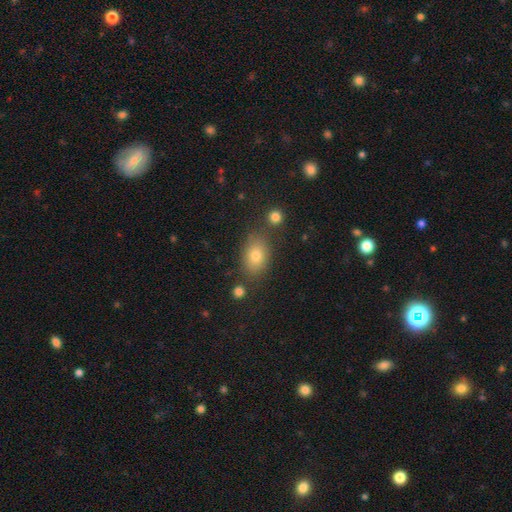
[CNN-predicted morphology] smooth_or_featured: smooth (p=0.77) [alt: star or artifact p=0.13]
how_rounded: in between (p=0.76) [alt: round p=0.22]
merging: none (p=0.76) [alt: minor disturbance p=0.13]